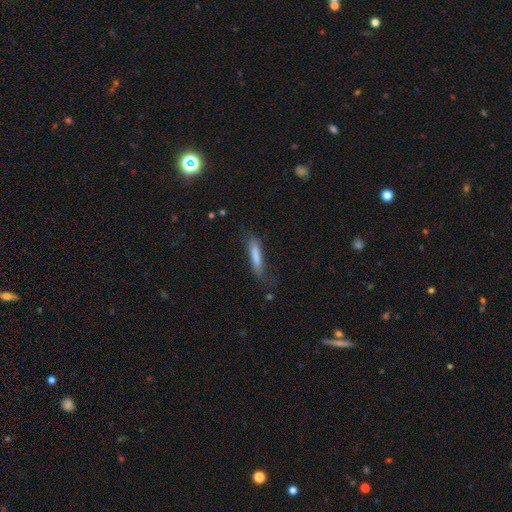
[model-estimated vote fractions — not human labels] Smooth or featured: smooth — 78% (featured or disk — 15%)
How rounded: cigar-shaped — 86% (in between — 13%)
Merging: none — 61% (minor disturbance — 25%)